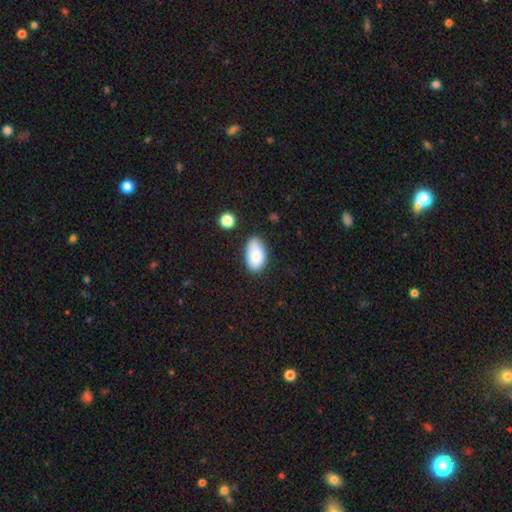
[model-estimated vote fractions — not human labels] Smooth or featured: smooth — 85% (featured or disk — 8%)
How rounded: in between — 94% (round — 4%)
Merging: none — 71% (minor disturbance — 21%)